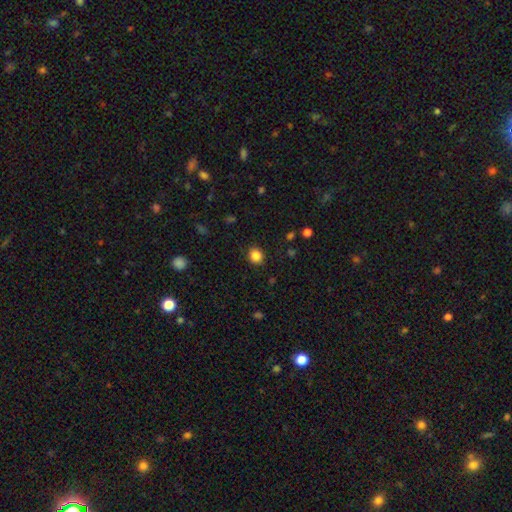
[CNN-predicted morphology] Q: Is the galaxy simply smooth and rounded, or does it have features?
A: smooth — 85%.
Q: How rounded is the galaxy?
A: round — 80%.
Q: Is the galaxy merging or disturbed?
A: none — 90%.